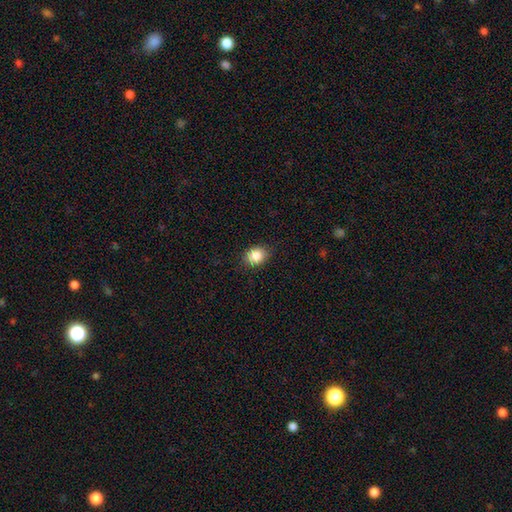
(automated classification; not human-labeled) Smooth or featured? Predicted: smooth (p=0.86). How rounded? Predicted: round (p=0.57). Merging? Predicted: none (p=0.86).